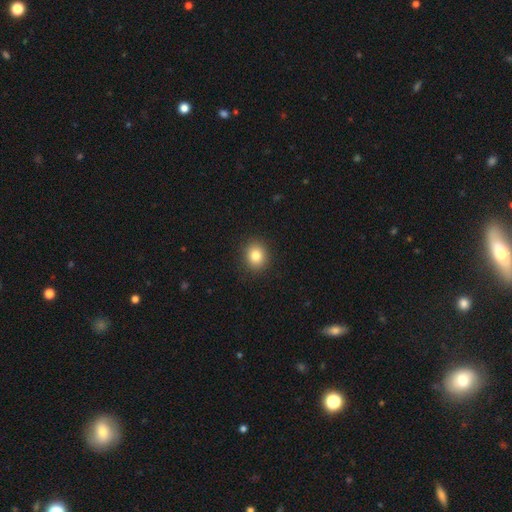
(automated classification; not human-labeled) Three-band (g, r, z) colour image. It shows a smooth galaxy with no disk features (82%) that is round (73%). Merging: none (90%).